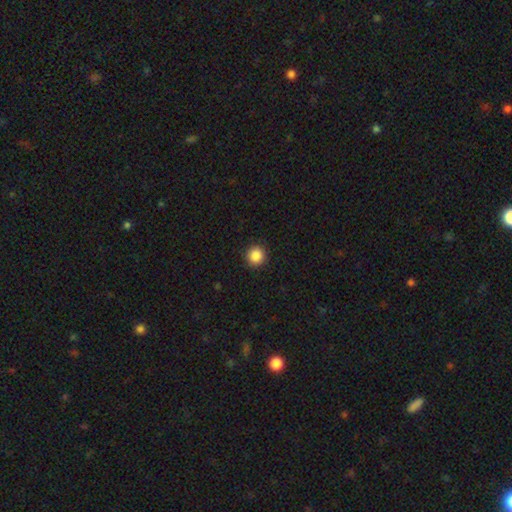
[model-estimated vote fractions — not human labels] smooth-or-featured: smooth: 87% | star or artifact: 10% | featured or disk: 3%
  how-rounded: round: 94% | in between: 5% | cigar-shaped: 1%
  merging: none: 92% | minor disturbance: 5% | major disturbance: 2% | merger: 1%